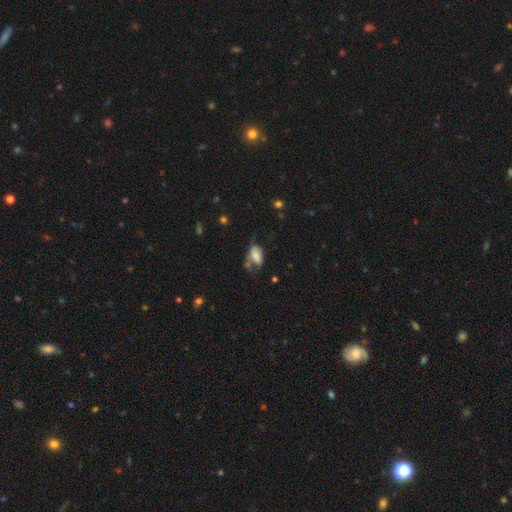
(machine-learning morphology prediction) type=smooth (73%); roundness=in between (90%); merging=none (34%).